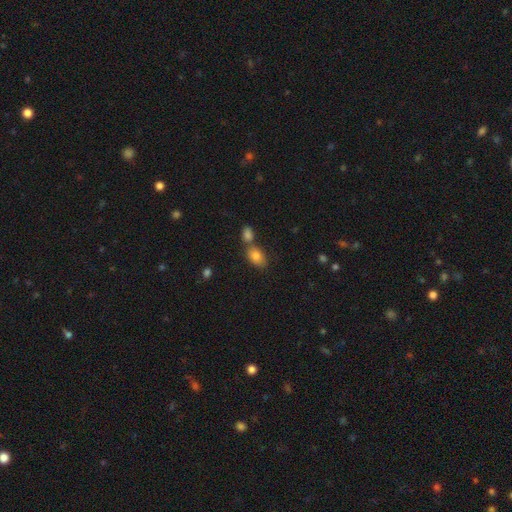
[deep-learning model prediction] Smooth or featured? smooth (82%)
How rounded? in between (84%)
Merging? none (50%)